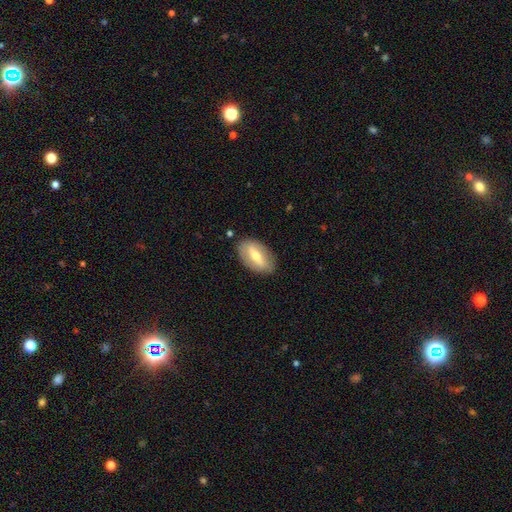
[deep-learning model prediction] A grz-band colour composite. It shows a featured or disk galaxy (47%, tied with smooth). Merging: none (84%).